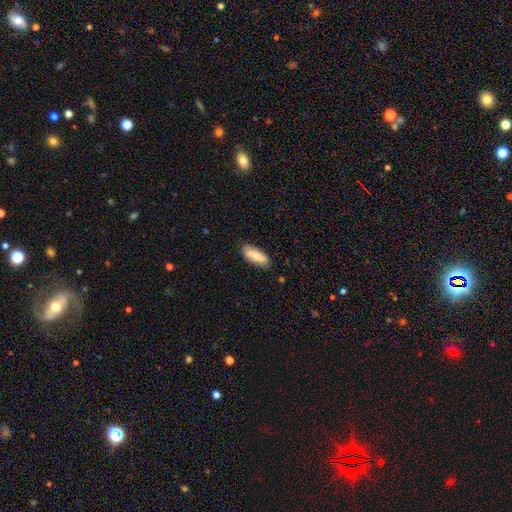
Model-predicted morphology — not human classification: type=smooth (68%); roundness=in between (68%); merging=none (83%).